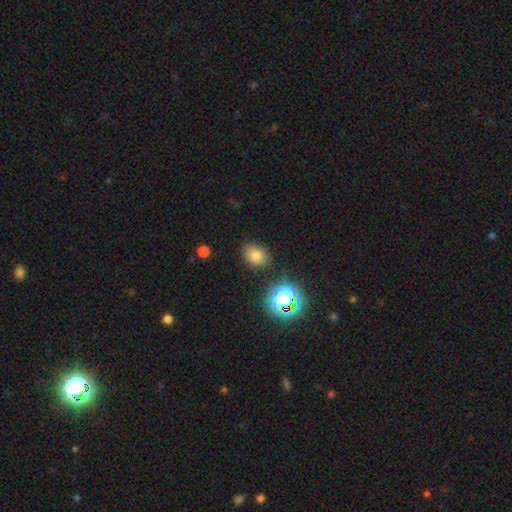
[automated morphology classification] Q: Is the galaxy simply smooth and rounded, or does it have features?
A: smooth — 77%.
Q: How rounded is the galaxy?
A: in between — 59%.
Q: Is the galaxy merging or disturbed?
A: none — 80%.